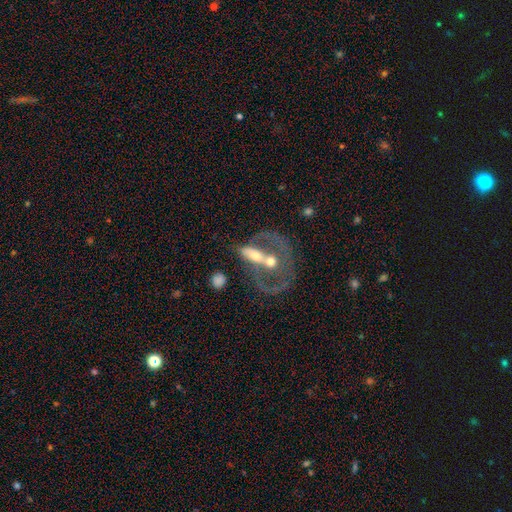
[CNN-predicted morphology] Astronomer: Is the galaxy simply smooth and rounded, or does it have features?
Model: featured or disk — 61%.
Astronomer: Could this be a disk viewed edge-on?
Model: no — 90%.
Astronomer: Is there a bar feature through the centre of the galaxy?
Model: no — 73%.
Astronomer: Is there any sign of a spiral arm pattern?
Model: no — 67%.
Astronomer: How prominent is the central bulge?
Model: moderate — 60%.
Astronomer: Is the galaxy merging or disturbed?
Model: merger — 60%.